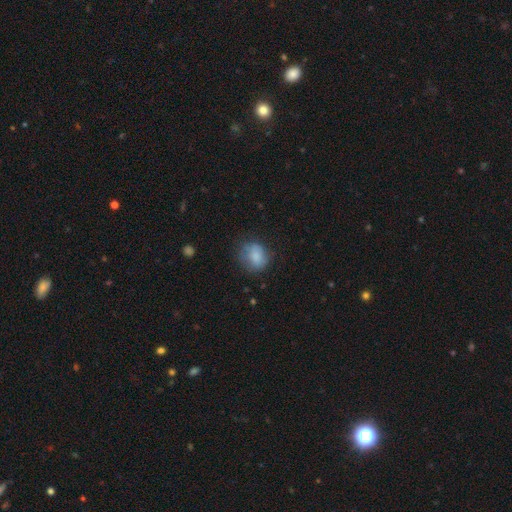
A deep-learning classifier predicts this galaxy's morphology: This appears to be a smooth galaxy with no disk features (78%) that is round (69%). Merging: none (60%).